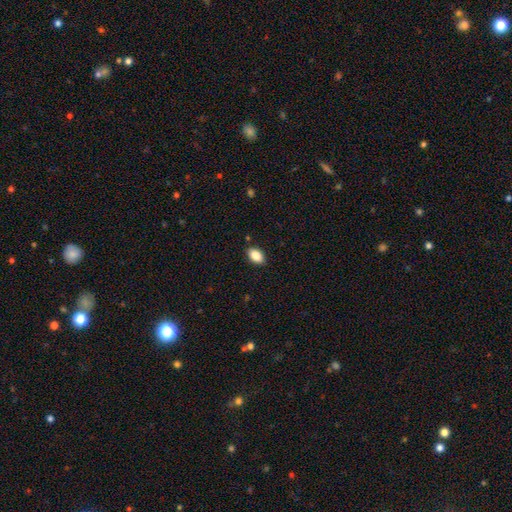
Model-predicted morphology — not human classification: smooth_or_featured: smooth (p=0.86) [alt: star or artifact p=0.08]
how_rounded: in between (p=0.91) [alt: round p=0.07]
merging: none (p=0.88) [alt: minor disturbance p=0.09]